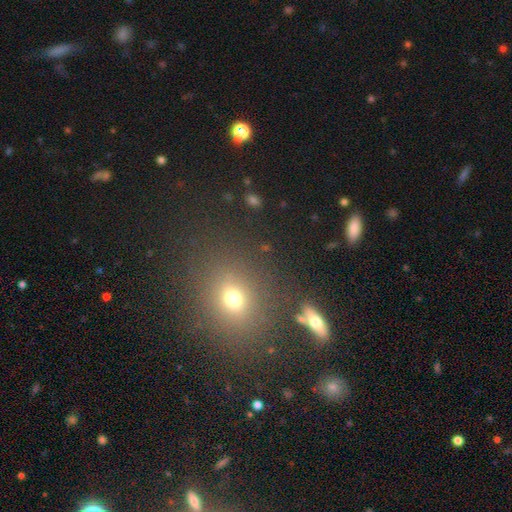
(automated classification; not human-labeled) Q: Smooth or featured?
A: smooth (56%); runner-up: star or artifact (34%)
Q: How rounded?
A: round (61%); runner-up: in between (38%)
Q: Merging?
A: none (83%); runner-up: minor disturbance (8%)